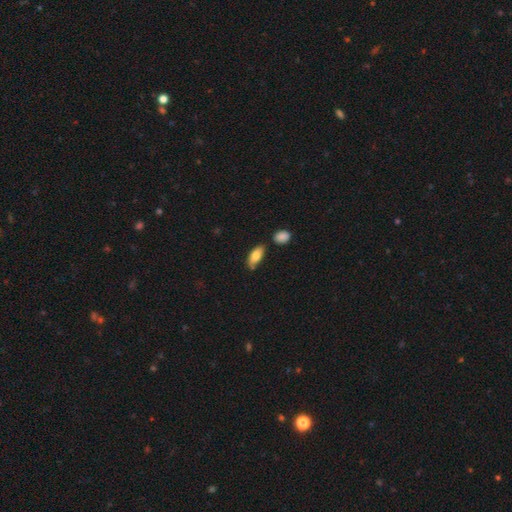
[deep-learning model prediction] Smooth or featured: smooth — 79% (featured or disk — 14%)
How rounded: in between — 85% (cigar-shaped — 12%)
Merging: none — 69% (minor disturbance — 20%)